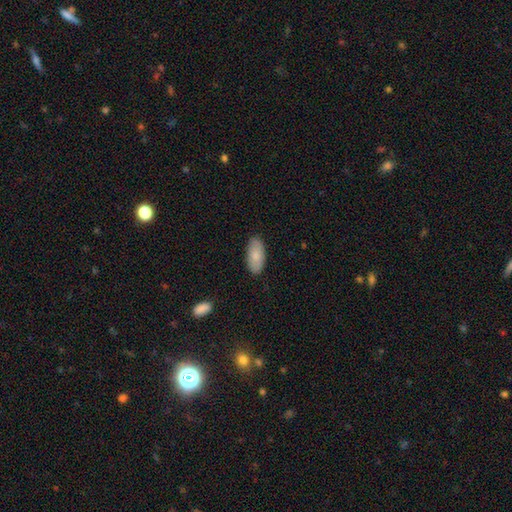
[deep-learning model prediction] A smooth galaxy with no disk features (84%) that is in between round and cigar-shaped (92%).

Vote fractions:
- Smooth or featured? smooth: 84% / featured or disk: 11% / star or artifact: 6%
- How rounded? in between: 92% / cigar-shaped: 6% / round: 2%
- Merging? none: 87% / minor disturbance: 10% / major disturbance: 2% / merger: 1%